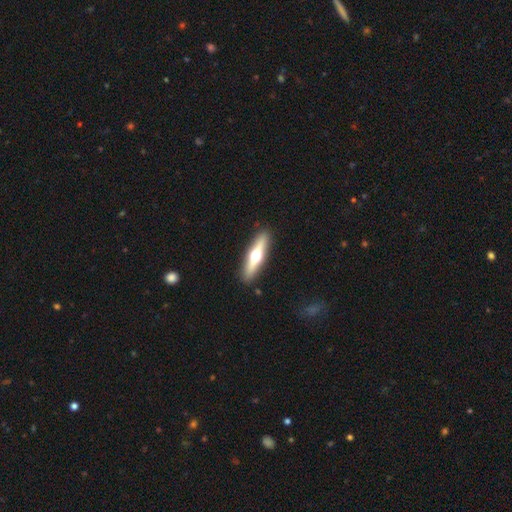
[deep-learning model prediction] A featured or disk galaxy (59%) viewed edge-on (92%) with a rounded central bulge (95%).

Vote fractions:
- Smooth or featured? featured or disk: 59% / smooth: 36% / star or artifact: 6%
- Edge-on disk? yes: 92% / no: 8%
- Edge-on bulge? rounded: 95% / none: 2% / boxy: 2%
- Merging? none: 90% / minor disturbance: 7% / major disturbance: 2% / merger: 1%